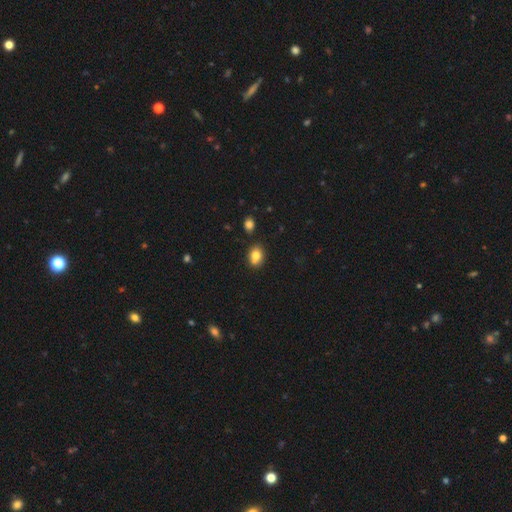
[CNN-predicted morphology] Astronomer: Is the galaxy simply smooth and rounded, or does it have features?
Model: smooth — 79%.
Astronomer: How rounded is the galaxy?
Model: in between — 59% (runner-up: round, 40%).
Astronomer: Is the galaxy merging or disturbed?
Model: none — 61%.